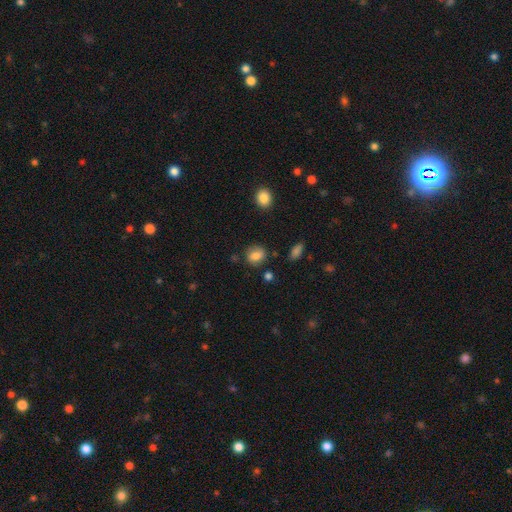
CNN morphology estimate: The model was most divided on "how rounded": round: 63%, in between: 36%, cigar-shaped: 1%. More confident: smooth or featured — smooth (81%); merging — none (77%).